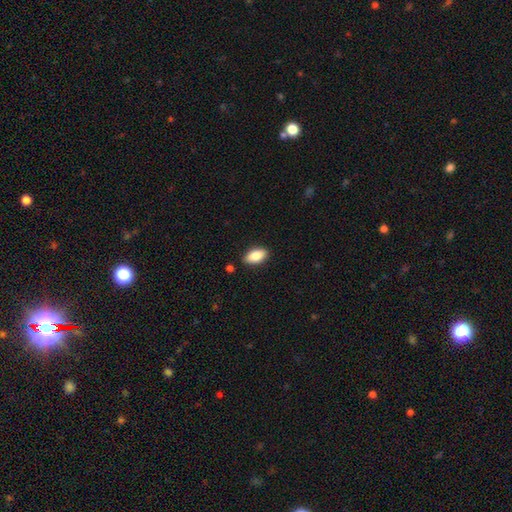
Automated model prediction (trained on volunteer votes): Smooth or featured? Predicted: smooth (p=0.85). How rounded? Predicted: in between (p=0.92). Merging? Predicted: none (p=0.88).